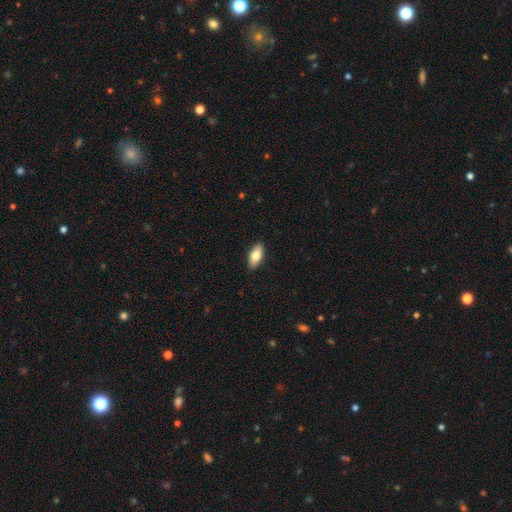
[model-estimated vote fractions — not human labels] This appears to be a smooth galaxy with no disk features (75%) that is in between round and cigar-shaped (85%). Merging: none (88%).